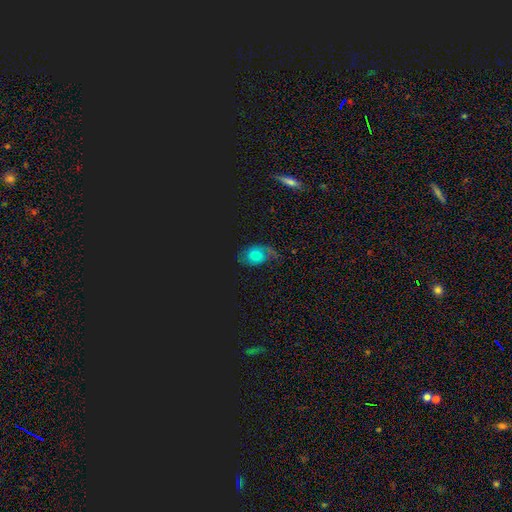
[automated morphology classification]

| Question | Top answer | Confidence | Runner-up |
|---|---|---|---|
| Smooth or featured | smooth | 52% | star or artifact (27%) |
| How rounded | in between | 70% | round (27%) |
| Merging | none | 59% | minor disturbance (26%) |